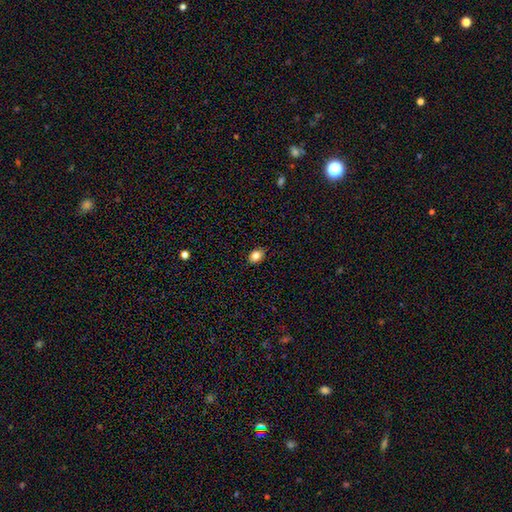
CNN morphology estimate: This appears to be a smooth galaxy with no disk features (84%) that is in between round and cigar-shaped (70%). Merging: none (89%).